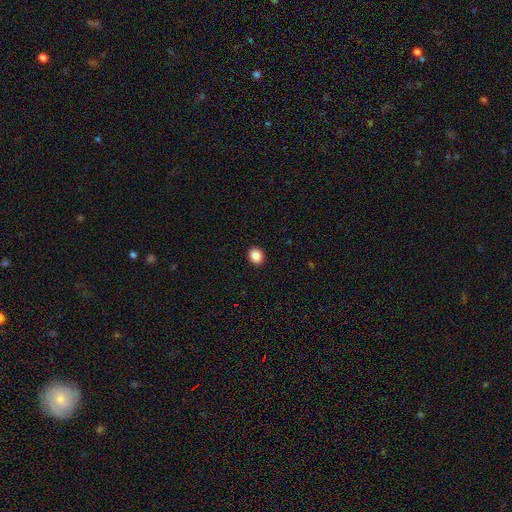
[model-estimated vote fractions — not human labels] Q: Smooth or featured?
A: smooth (87%); runner-up: star or artifact (9%)
Q: How rounded?
A: round (63%); runner-up: in between (36%)
Q: Merging?
A: none (92%); runner-up: minor disturbance (5%)